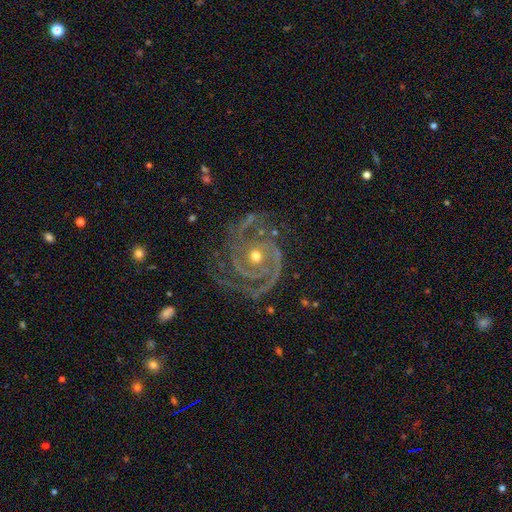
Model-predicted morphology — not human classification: Q: Smooth or featured?
A: featured or disk (91%); runner-up: star or artifact (5%)
Q: Edge-on disk?
A: no (98%); runner-up: yes (2%)
Q: Bar?
A: no (77%); runner-up: weak (17%)
Q: Spiral arms?
A: yes (97%); runner-up: no (3%)
Q: Spiral winding?
A: tight (56%); runner-up: medium (36%)
Q: Spiral arm count?
A: 2 (44%); runner-up: 3 (27%)
Q: Bulge size?
A: moderate (55%); runner-up: small (42%)
Q: Merging?
A: none (66%); runner-up: minor disturbance (19%)